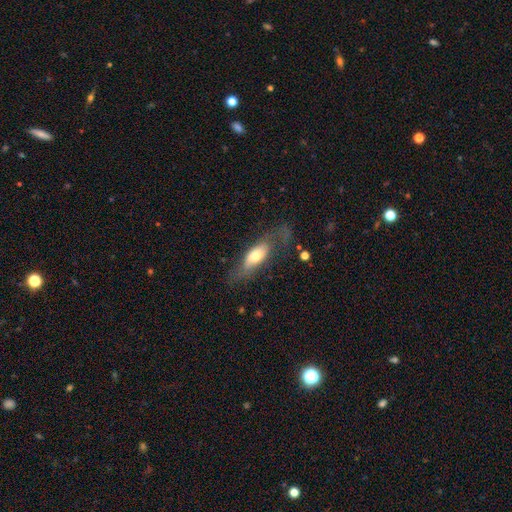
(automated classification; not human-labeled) This is possibly a smooth galaxy (59%). How rounded: likely in between (70%). Merging: possibly none (51%).